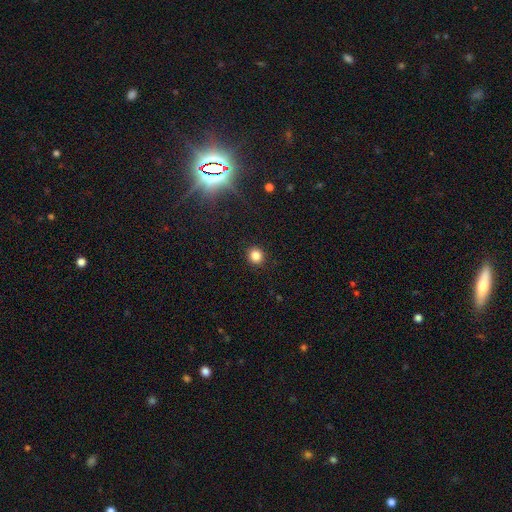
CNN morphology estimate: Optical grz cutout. It shows a smooth galaxy with no disk features (83%) that is round (87%). Merging: none (91%).